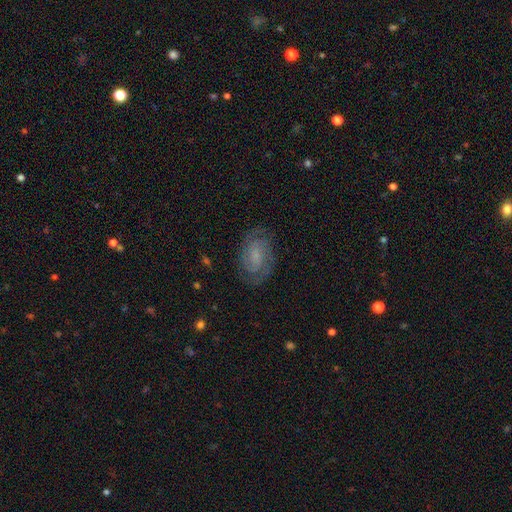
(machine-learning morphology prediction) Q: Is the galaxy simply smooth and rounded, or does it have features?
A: featured or disk — 76%.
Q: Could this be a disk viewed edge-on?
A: no — 97%.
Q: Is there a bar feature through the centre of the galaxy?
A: no — 46%.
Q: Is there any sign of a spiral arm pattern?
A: yes — 96%.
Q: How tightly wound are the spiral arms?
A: tight — 52%.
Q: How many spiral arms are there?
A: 2 — 75%.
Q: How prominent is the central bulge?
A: small — 44%.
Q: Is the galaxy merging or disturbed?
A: none — 80%.